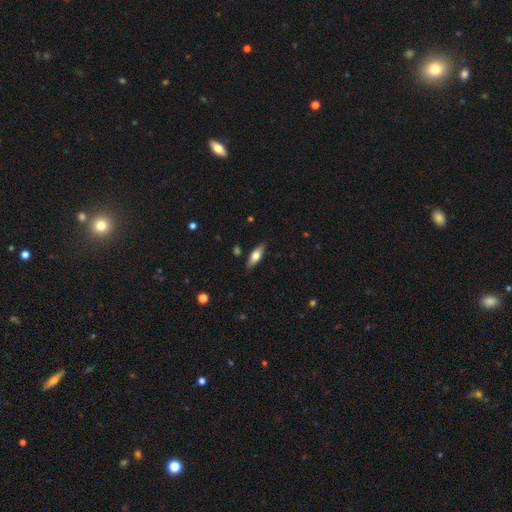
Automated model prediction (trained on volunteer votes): Q: Smooth or featured?
A: smooth (64%); runner-up: featured or disk (30%)
Q: How rounded?
A: in between (65%); runner-up: cigar-shaped (33%)
Q: Merging?
A: none (85%); runner-up: minor disturbance (11%)